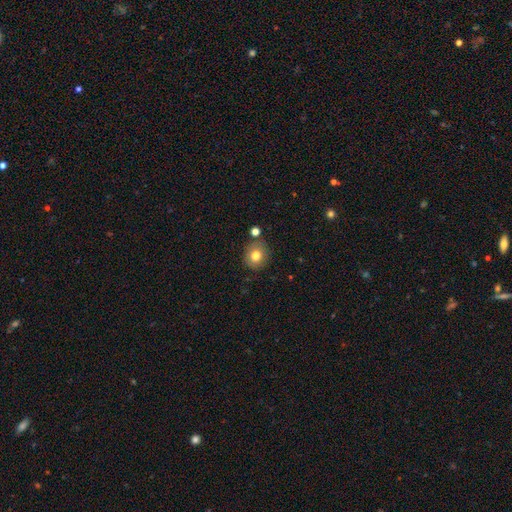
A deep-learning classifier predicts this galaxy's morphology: Smooth or featured? Predicted: smooth (p=0.78). How rounded? Predicted: round (p=0.78). Merging? Predicted: none (p=0.81).